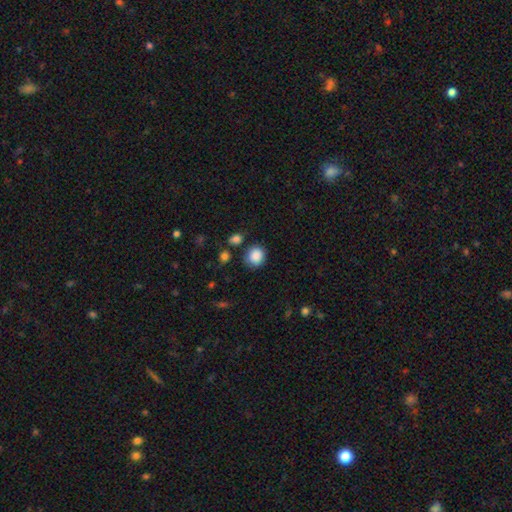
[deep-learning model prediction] smooth_or_featured: smooth (p=0.88) [alt: star or artifact p=0.08]
how_rounded: round (p=0.83) [alt: in between p=0.16]
merging: none (p=0.78) [alt: minor disturbance p=0.13]